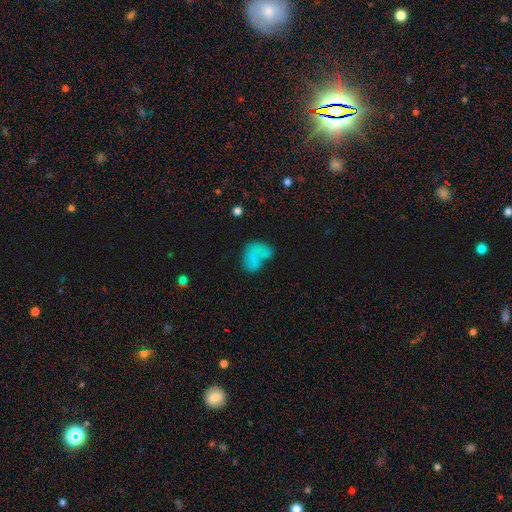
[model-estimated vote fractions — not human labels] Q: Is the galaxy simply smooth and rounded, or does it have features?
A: smooth — 67%.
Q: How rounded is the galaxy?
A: in between — 80%.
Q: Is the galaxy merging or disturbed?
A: none — 29%.